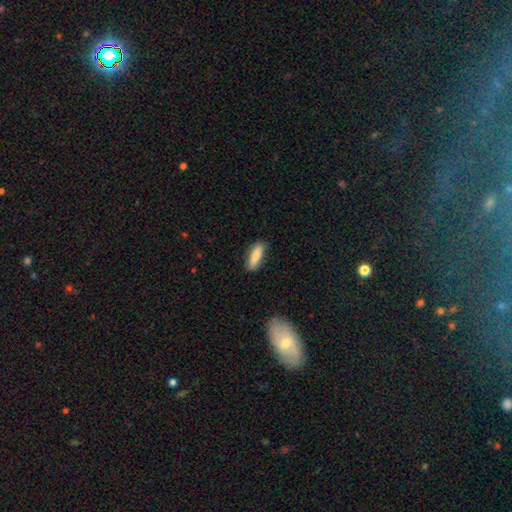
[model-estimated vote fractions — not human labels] smooth-or-featured: smooth: 84% | featured or disk: 11% | star or artifact: 6%
  how-rounded: in between: 53% | cigar-shaped: 45% | round: 2%
  merging: none: 84% | minor disturbance: 12% | major disturbance: 2% | merger: 1%